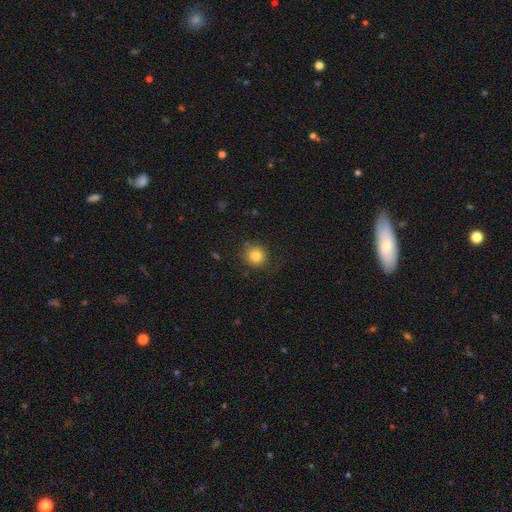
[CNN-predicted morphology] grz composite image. It shows a smooth galaxy with no disk features (82%) that is round (91%). Merging: none (84%).